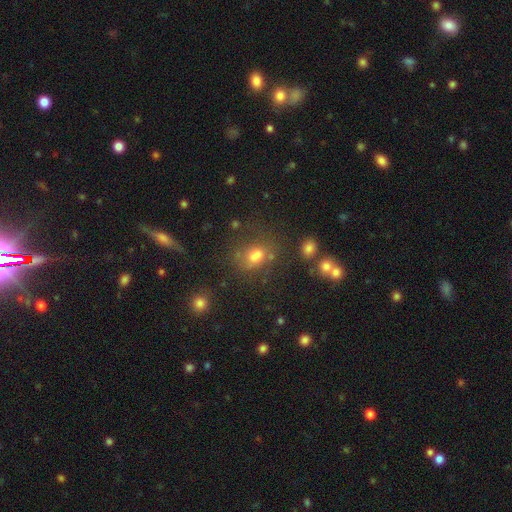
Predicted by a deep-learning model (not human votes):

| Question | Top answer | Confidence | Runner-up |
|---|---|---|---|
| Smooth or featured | smooth | 67% | star or artifact (19%) |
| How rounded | in between | 54% | round (44%) |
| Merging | none | 57% | minor disturbance (18%) |